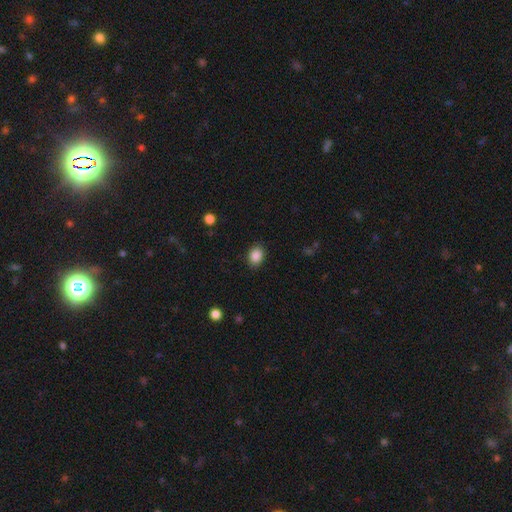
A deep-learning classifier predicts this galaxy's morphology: Smooth or featured?
  - smooth: 88% *
  - star or artifact: 9%
  - featured or disk: 4%
How rounded?
  - in between: 63% *
  - round: 36%
  - cigar-shaped: 1%
Merging?
  - none: 88% *
  - minor disturbance: 9%
  - major disturbance: 2%
  - merger: 1%